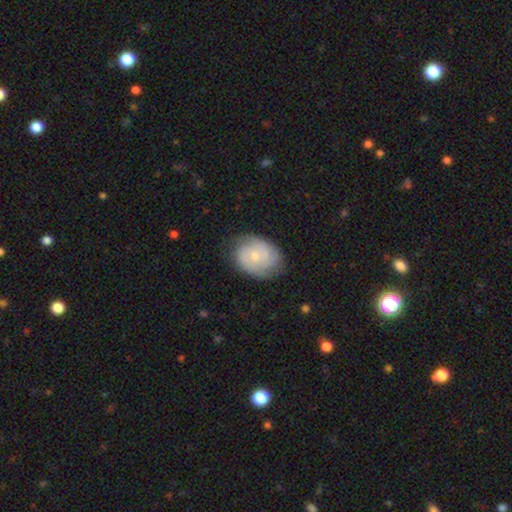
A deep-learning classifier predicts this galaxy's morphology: featured or disk 57%, smooth 36%, star or artifact 7%. Down the decision tree: edge-on disk — no (97%); bar — no (71%); spiral arms — yes (86%); bulge size — small (56%); merging — none (73%).